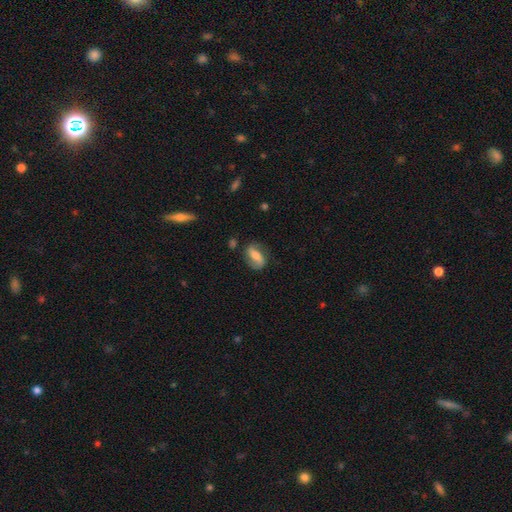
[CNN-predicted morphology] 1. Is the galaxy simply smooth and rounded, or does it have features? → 58% featured or disk, 35% smooth, 7% star or artifact.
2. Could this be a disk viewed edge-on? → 93% no, 7% yes.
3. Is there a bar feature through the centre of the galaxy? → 38% strong, 34% weak, 29% no.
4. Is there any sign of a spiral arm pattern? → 86% yes, 14% no.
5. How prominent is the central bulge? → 51% moderate, 33% small, 8% large, 6% none, 2% dominant.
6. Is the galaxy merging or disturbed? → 71% none, 19% minor disturbance, 7% major disturbance, 2% merger.